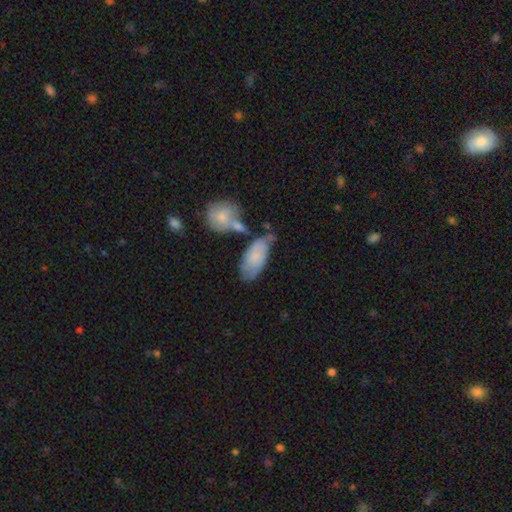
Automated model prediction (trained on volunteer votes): smooth_or_featured: smooth (p=0.63) [alt: featured or disk p=0.30]
how_rounded: in between (p=0.91) [alt: cigar-shaped p=0.05]
merging: none (p=0.45) [alt: minor disturbance p=0.27]